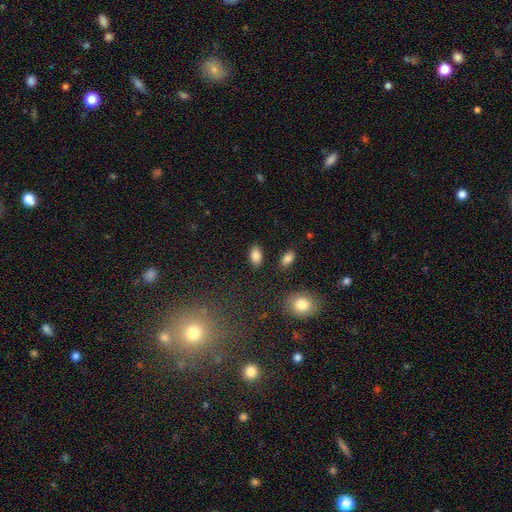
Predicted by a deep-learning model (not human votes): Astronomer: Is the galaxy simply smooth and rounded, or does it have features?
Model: smooth — 85%.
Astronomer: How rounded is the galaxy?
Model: in between — 91%.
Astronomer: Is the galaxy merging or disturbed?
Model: none — 86%.